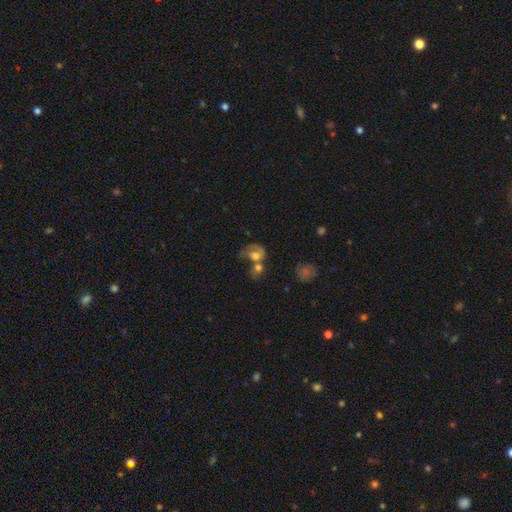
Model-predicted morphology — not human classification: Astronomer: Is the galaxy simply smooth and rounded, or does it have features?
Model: smooth — 52% (runner-up: featured or disk, 38%).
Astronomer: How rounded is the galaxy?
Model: in between — 51% (runner-up: round, 47%).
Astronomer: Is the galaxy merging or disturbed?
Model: merger — 53%.